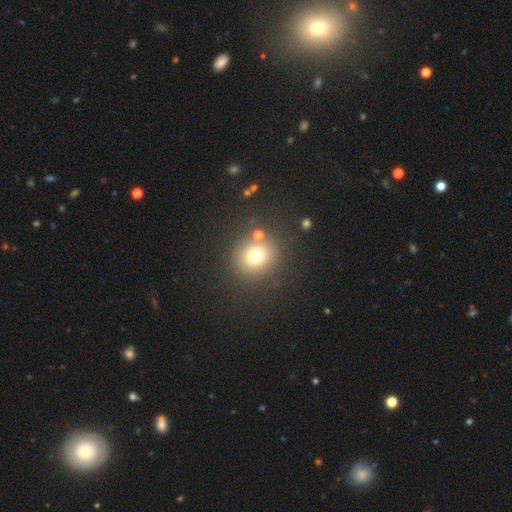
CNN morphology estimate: Q: Smooth or featured?
A: smooth (72%); runner-up: star or artifact (18%)
Q: How rounded?
A: round (87%); runner-up: in between (12%)
Q: Merging?
A: none (79%); runner-up: minor disturbance (8%)